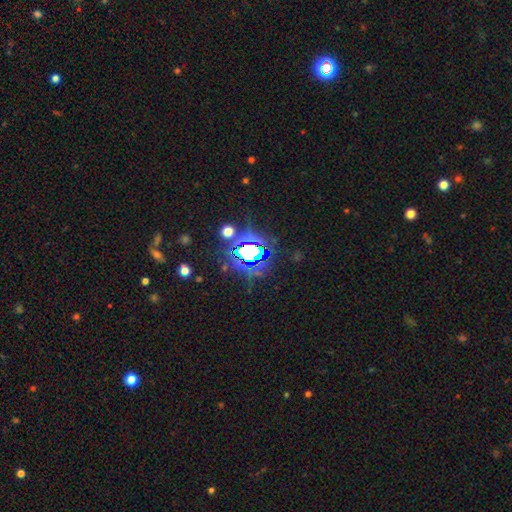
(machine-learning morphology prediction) Overall: star or artifact (71%).